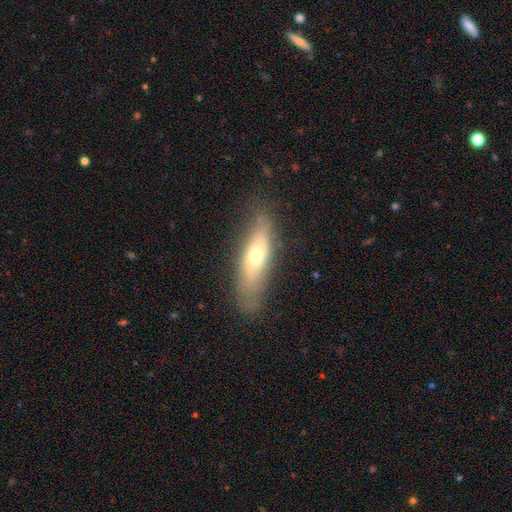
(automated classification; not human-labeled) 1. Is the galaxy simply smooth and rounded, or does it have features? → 51% smooth, 41% featured or disk, 8% star or artifact.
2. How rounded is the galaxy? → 56% cigar-shaped, 41% in between, 3% round.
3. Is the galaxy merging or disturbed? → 74% none, 18% minor disturbance, 6% major disturbance, 2% merger.